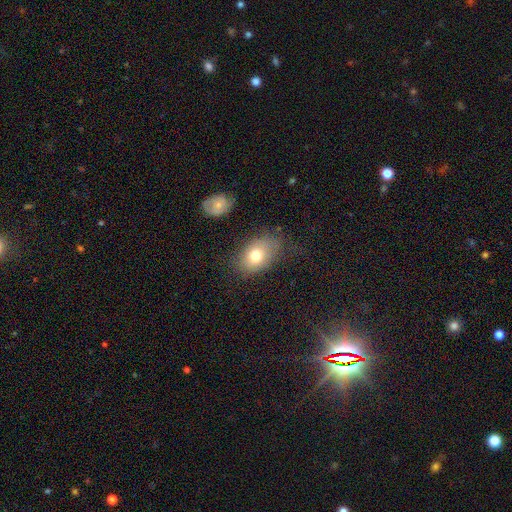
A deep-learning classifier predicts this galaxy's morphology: Overall: smooth (76%). How rounded: in between (82%). Merging: none (67%).